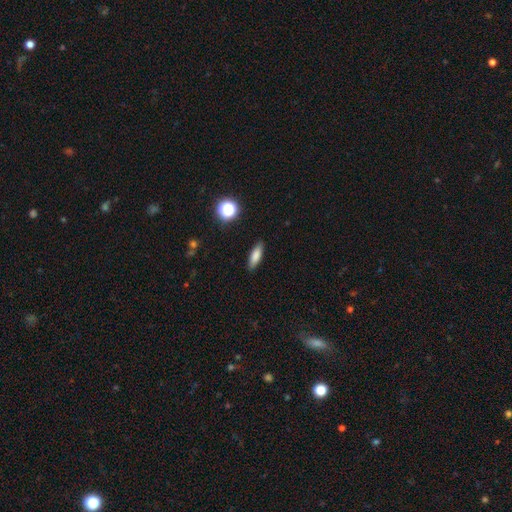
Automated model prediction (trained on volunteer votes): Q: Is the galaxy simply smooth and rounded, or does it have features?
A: smooth — 81%.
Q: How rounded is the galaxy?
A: in between — 54%.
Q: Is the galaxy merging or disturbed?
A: none — 89%.